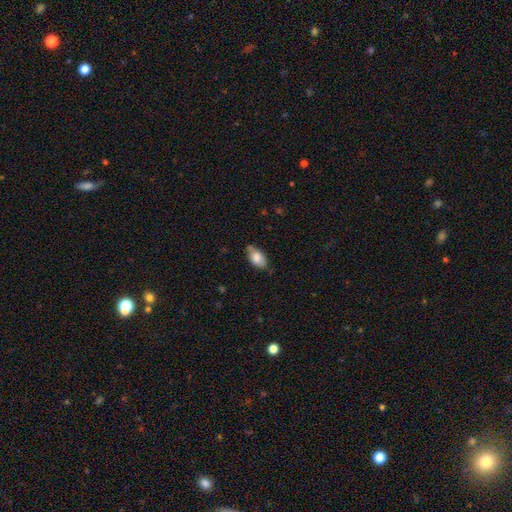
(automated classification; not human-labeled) This is clearly a smooth galaxy (82%). How rounded: clearly in between (92%). Merging: likely none (63%).